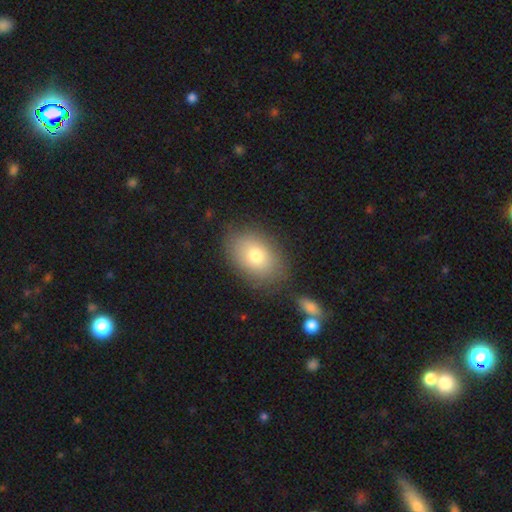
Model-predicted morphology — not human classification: A smooth galaxy with no disk features (75%) that is in between round and cigar-shaped (80%).

Vote fractions:
- Smooth or featured? smooth: 75% / featured or disk: 16% / star or artifact: 9%
- How rounded? in between: 80% / round: 19% / cigar-shaped: 1%
- Merging? none: 80% / minor disturbance: 13% / major disturbance: 4% / merger: 3%